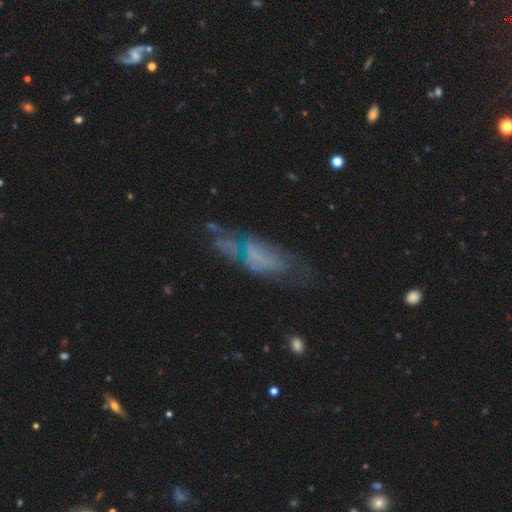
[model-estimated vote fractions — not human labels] Smooth or featured: featured or disk — 47% (smooth — 37%)
Merging: none — 37% (major disturbance — 28%)